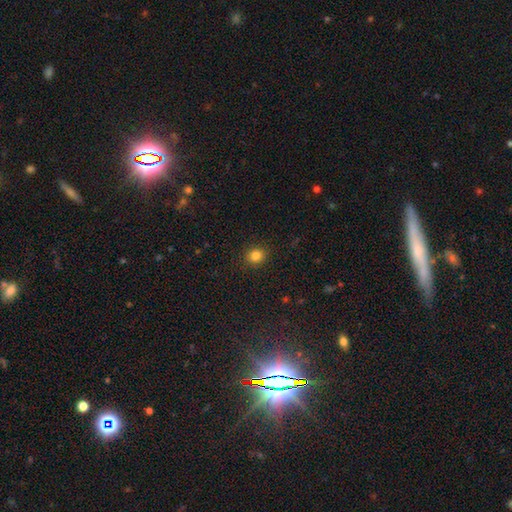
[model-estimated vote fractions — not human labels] smooth-or-featured: smooth: 83% | star or artifact: 12% | featured or disk: 5%
  how-rounded: round: 81% | in between: 18% | cigar-shaped: 1%
  merging: none: 91% | minor disturbance: 6% | major disturbance: 2% | merger: 1%